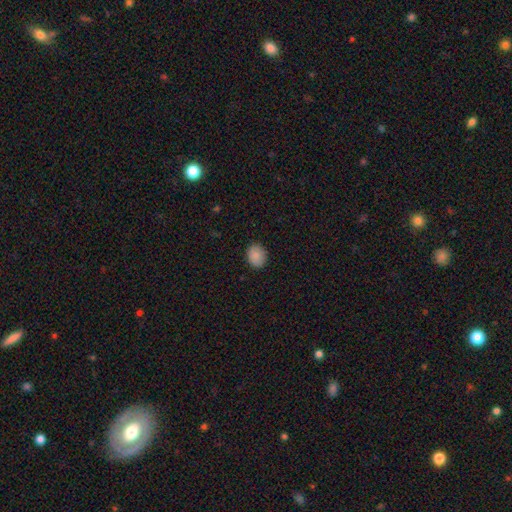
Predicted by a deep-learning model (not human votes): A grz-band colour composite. It shows a smooth galaxy with no disk features (88%) that is round (57%). Merging: none (88%).